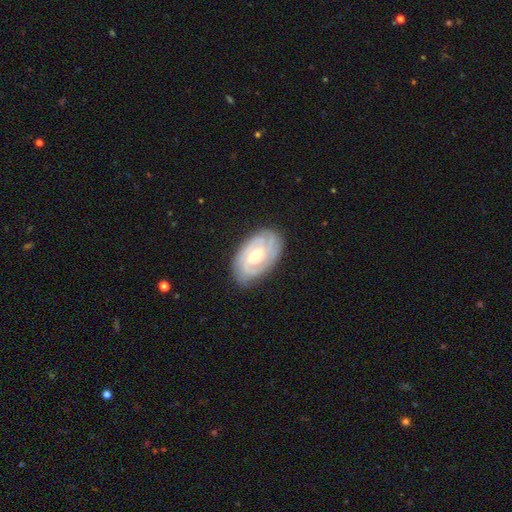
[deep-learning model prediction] A featured or disk galaxy (82%) with no bar (47%), tight (70%) spiral arms (94%) and a moderate central bulge (59%).

Vote fractions:
- Smooth or featured? featured or disk: 82% / smooth: 13% / star or artifact: 5%
- Edge-on disk? no: 95% / yes: 5%
- Bar? no: 47% / weak: 42% / strong: 12%
- Spiral arms? yes: 94% / no: 6%
- Spiral winding? tight: 70% / medium: 25% / loose: 5%
- Spiral arm count? can't tell: 28% / 2: 27% / 3: 27% / 4: 9% / 1: 4% / more than 4: 4%
- Bulge size? moderate: 59% / small: 37% / large: 3% / none: 1% / dominant: 1%
- Merging? none: 82% / minor disturbance: 14% / major disturbance: 3% / merger: 1%